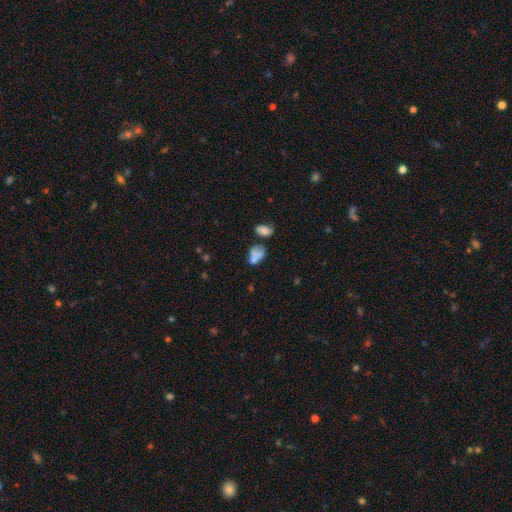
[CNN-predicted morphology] A smooth galaxy with no disk features (67%) that is in between round and cigar-shaped (77%).

Vote fractions:
- Smooth or featured? smooth: 67% / featured or disk: 20% / star or artifact: 13%
- How rounded? in between: 77% / round: 20% / cigar-shaped: 3%
- Merging? merger: 42% / none: 27% / minor disturbance: 17% / major disturbance: 14%